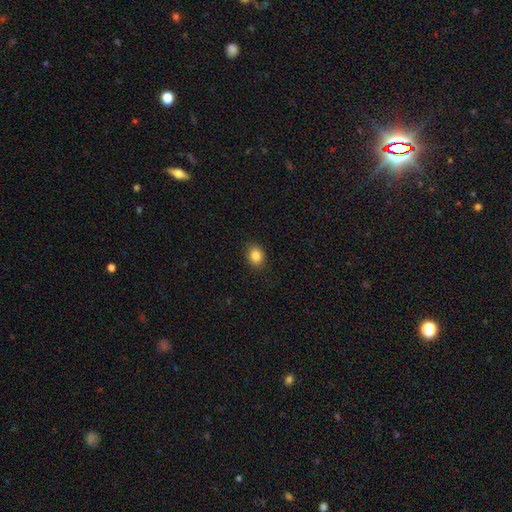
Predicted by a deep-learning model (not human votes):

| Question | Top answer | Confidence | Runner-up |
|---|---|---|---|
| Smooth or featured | smooth | 86% | star or artifact (10%) |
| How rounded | round | 50% | in between (49%) |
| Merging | none | 88% | minor disturbance (8%) |